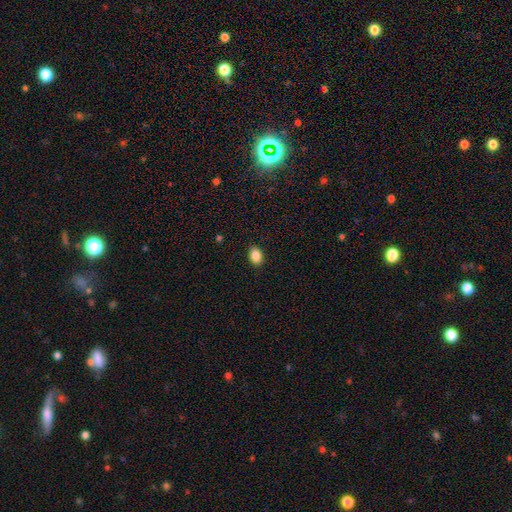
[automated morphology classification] A smooth galaxy with no disk features (88%) that is in between round and cigar-shaped (83%).

Vote fractions:
- Smooth or featured? smooth: 88% / star or artifact: 8% / featured or disk: 4%
- How rounded? in between: 83% / round: 16% / cigar-shaped: 1%
- Merging? none: 89% / minor disturbance: 8% / major disturbance: 2% / merger: 1%